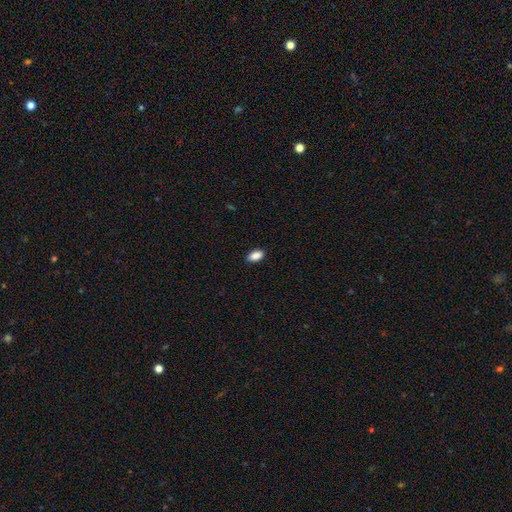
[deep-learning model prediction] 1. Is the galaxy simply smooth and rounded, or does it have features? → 89% smooth, 7% star or artifact, 4% featured or disk.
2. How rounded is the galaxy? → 91% in between, 5% cigar-shaped, 4% round.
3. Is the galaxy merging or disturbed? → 89% none, 9% minor disturbance, 2% major disturbance, 1% merger.